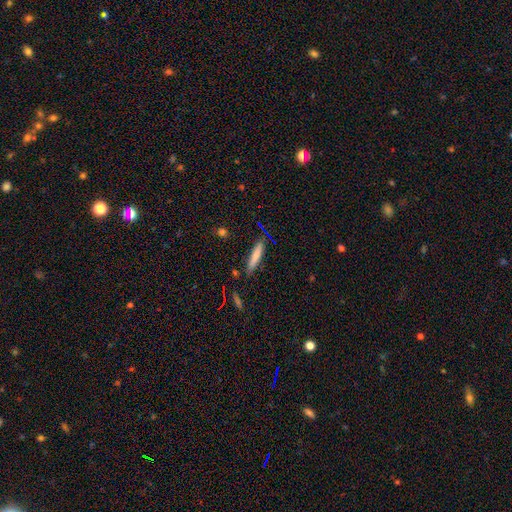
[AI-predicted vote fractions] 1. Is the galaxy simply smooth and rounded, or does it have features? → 74% smooth, 19% featured or disk, 7% star or artifact.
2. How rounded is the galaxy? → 89% cigar-shaped, 9% in between, 1% round.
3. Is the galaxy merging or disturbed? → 81% none, 14% minor disturbance, 3% merger, 3% major disturbance.